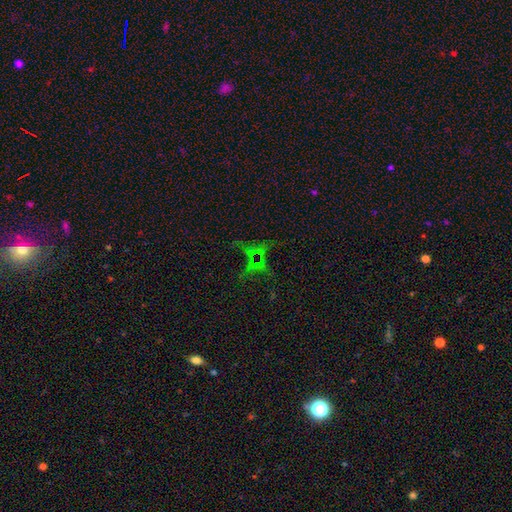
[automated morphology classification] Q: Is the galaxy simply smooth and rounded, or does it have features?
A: star or artifact — 66%.